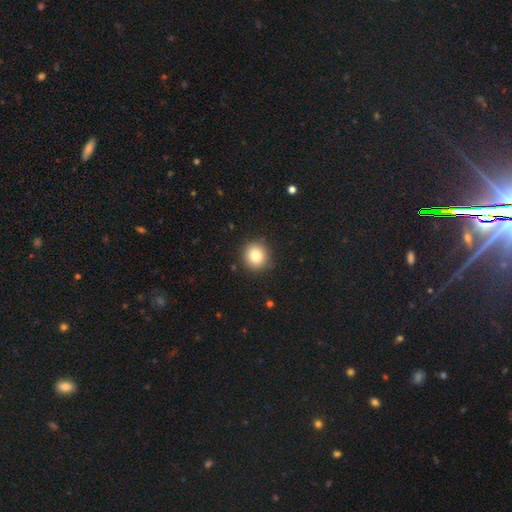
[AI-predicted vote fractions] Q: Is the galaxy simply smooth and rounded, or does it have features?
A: smooth — 82%.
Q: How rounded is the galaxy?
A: round — 90%.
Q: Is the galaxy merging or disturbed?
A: none — 89%.